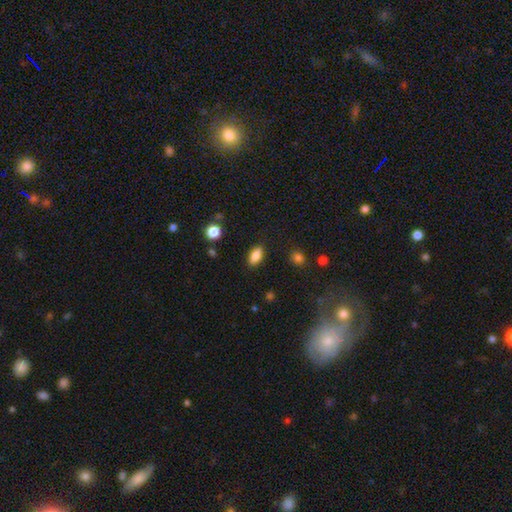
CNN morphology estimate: This appears to be a smooth galaxy with no disk features (85%) that is in between round and cigar-shaped (86%). Merging: none (87%).